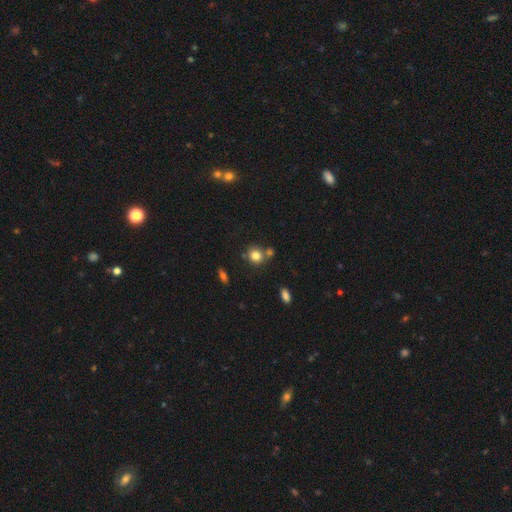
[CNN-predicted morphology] type=smooth (80%); roundness=round (84%); merging=none (65%).